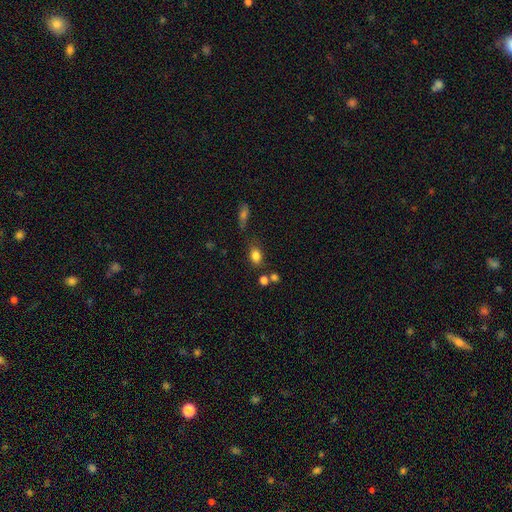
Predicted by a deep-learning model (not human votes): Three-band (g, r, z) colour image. It shows a smooth galaxy with no disk features (81%) that is in between round and cigar-shaped (68%). Merging: none (66%).